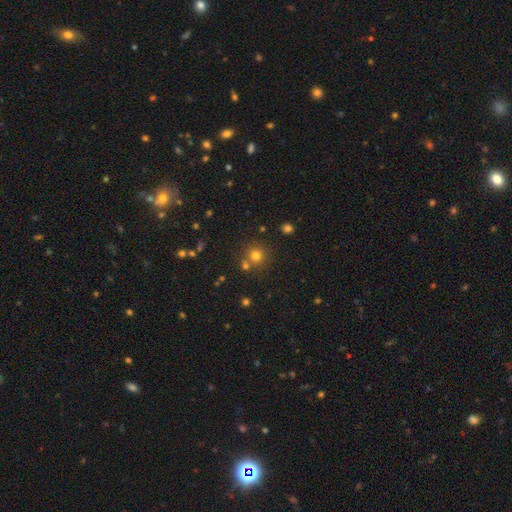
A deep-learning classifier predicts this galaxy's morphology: A smooth galaxy with no disk features (73%) that is round (93%). Merging: none (72%).